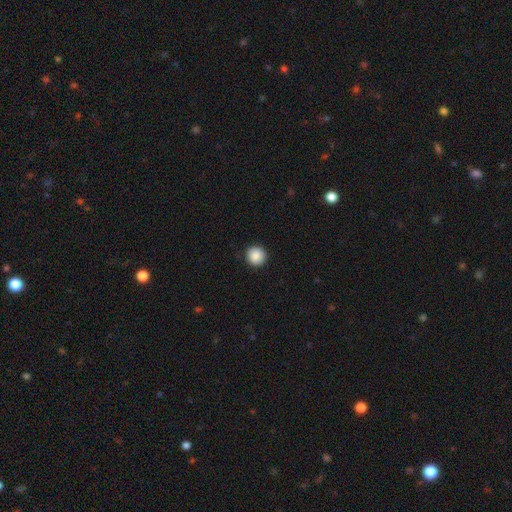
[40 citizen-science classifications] Smooth or featured? smooth (88%)
How rounded? round (97%)
Merging? none (94%)